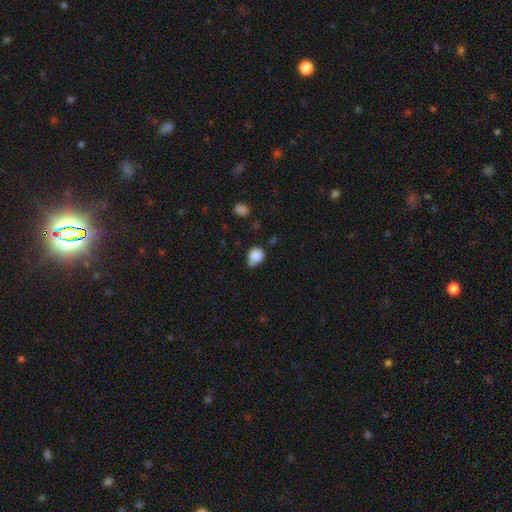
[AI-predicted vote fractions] Q: Smooth or featured?
A: smooth (85%); runner-up: star or artifact (10%)
Q: How rounded?
A: round (72%); runner-up: in between (27%)
Q: Merging?
A: none (49%); runner-up: minor disturbance (32%)